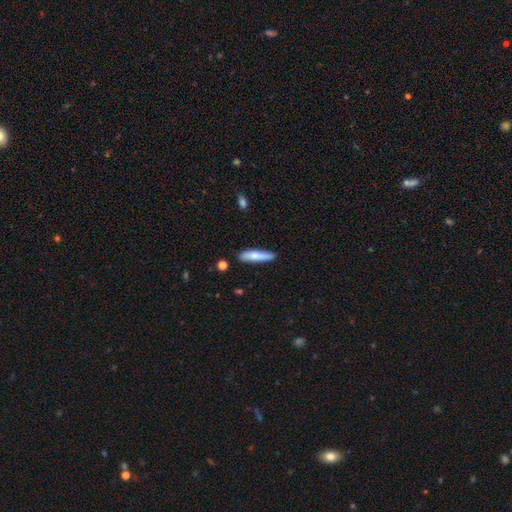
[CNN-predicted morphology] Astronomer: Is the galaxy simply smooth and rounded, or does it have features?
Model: smooth — 74%.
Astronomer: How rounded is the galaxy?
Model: cigar-shaped — 82%.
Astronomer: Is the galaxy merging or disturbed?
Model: none — 83%.